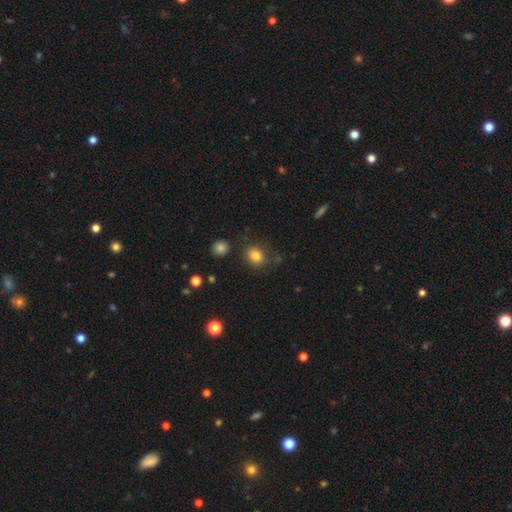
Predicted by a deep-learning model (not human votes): This appears to be a smooth galaxy with no disk features (83%) that is round (60%). Merging: none (75%).